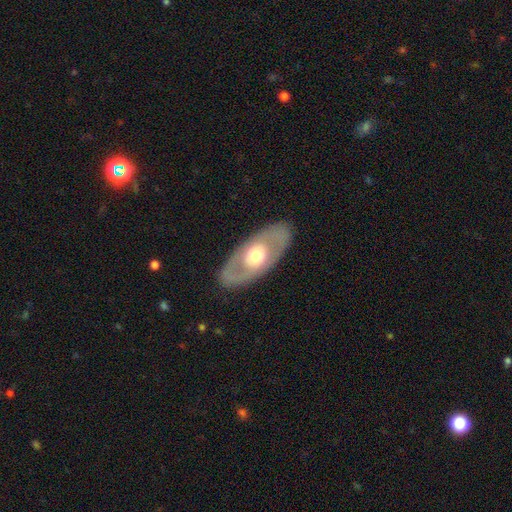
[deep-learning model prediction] Smooth or featured? featured or disk (59%)
Edge-on disk? no (84%)
Merging? none (86%)